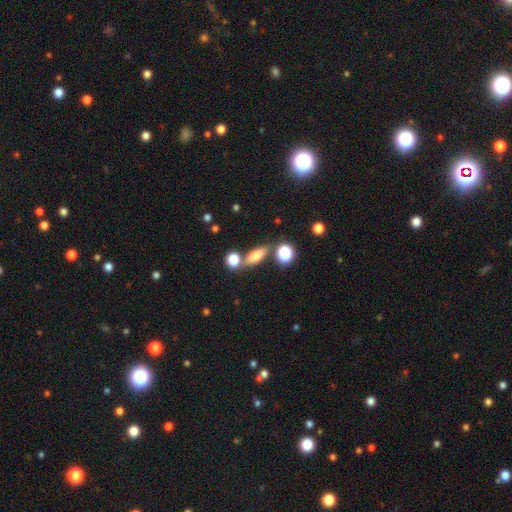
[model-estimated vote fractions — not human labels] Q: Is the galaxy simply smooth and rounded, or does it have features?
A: smooth — 70%.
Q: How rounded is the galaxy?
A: in between — 54%.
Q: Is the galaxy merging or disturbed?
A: none — 70%.